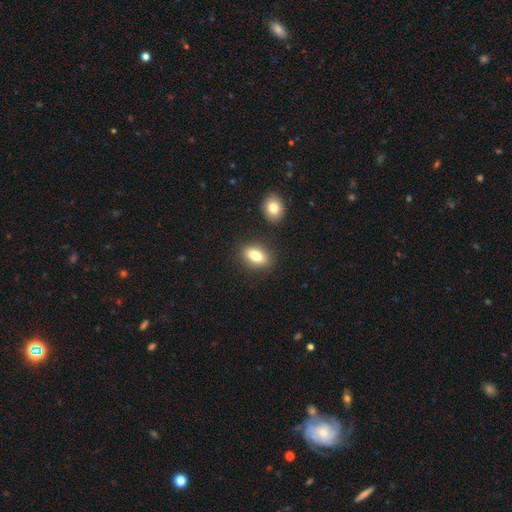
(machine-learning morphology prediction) A smooth galaxy with no disk features (78%) that is in between round and cigar-shaped (84%). Merging: none (83%).